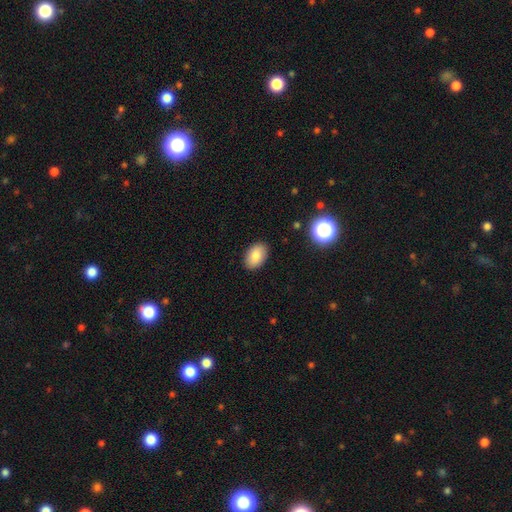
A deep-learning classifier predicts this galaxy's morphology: smooth-or-featured: smooth: 84% | star or artifact: 8% | featured or disk: 8%
  how-rounded: in between: 88% | round: 11% | cigar-shaped: 1%
  merging: none: 88% | minor disturbance: 9% | major disturbance: 2% | merger: 1%